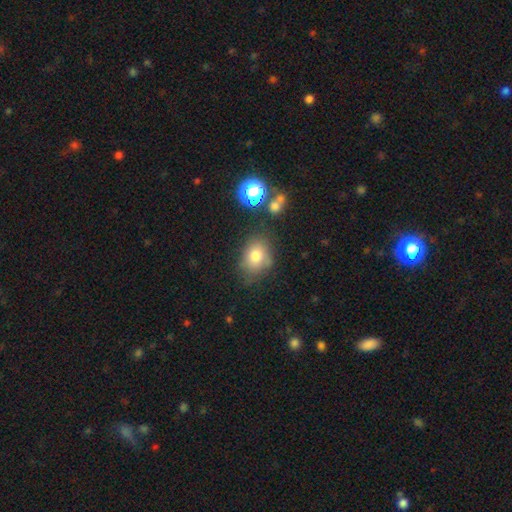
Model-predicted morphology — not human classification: Smooth or featured?
  - smooth: 77% *
  - star or artifact: 13%
  - featured or disk: 11%
How rounded?
  - in between: 56% *
  - round: 43%
  - cigar-shaped: 1%
Merging?
  - none: 67% *
  - minor disturbance: 21%
  - major disturbance: 7%
  - merger: 5%